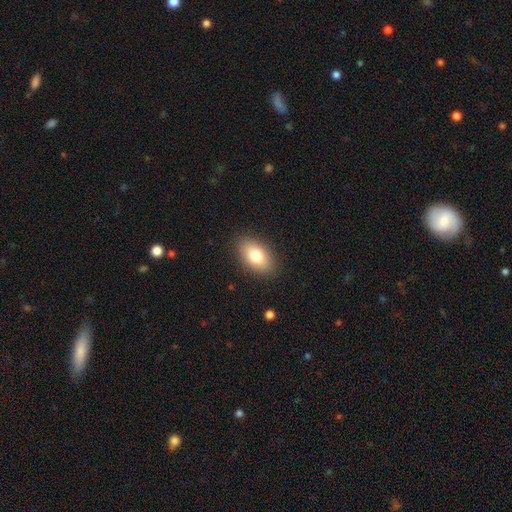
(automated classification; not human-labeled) A smooth galaxy with no disk features (78%) that is in between round and cigar-shaped (90%). Merging: none (87%).